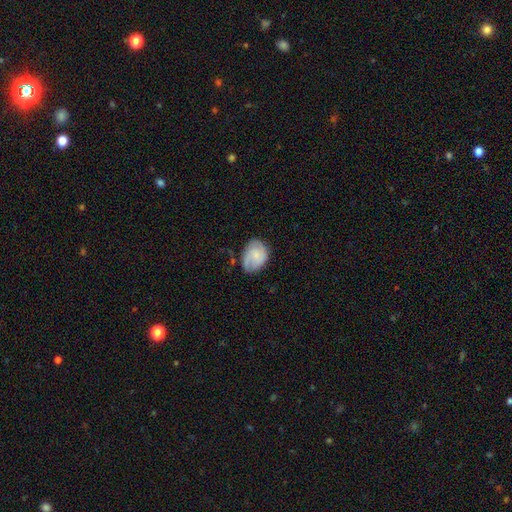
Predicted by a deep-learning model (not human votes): The model was most divided on "smooth or featured": smooth: 49%, featured or disk: 44%, star or artifact: 7%. More confident: merging — none (61%).